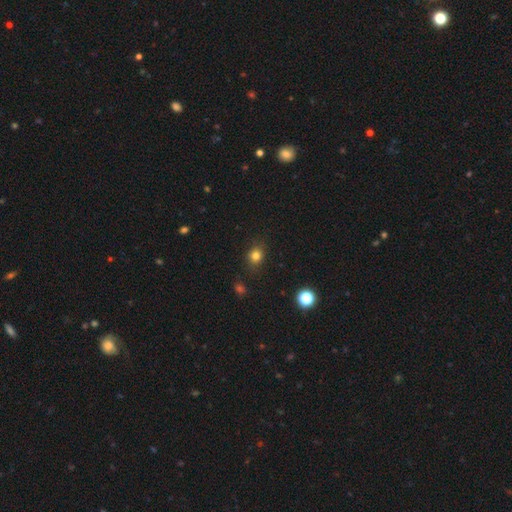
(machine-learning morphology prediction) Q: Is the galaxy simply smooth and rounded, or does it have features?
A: smooth — 80%.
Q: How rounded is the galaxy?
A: round — 69%.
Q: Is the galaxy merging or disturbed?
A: none — 82%.